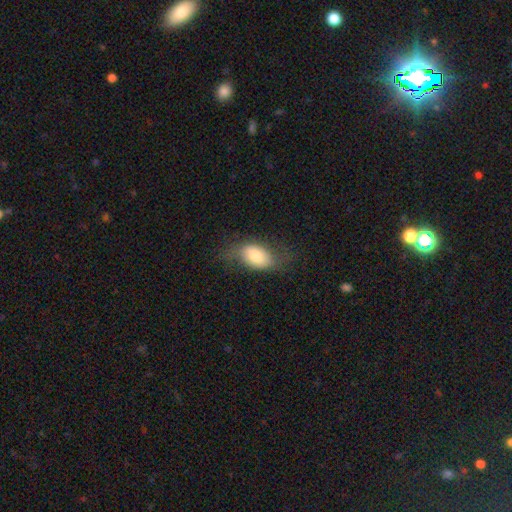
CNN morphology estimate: This appears to be a smooth galaxy with no disk features (66%) that is in between round and cigar-shaped (86%). Merging: none (57%).